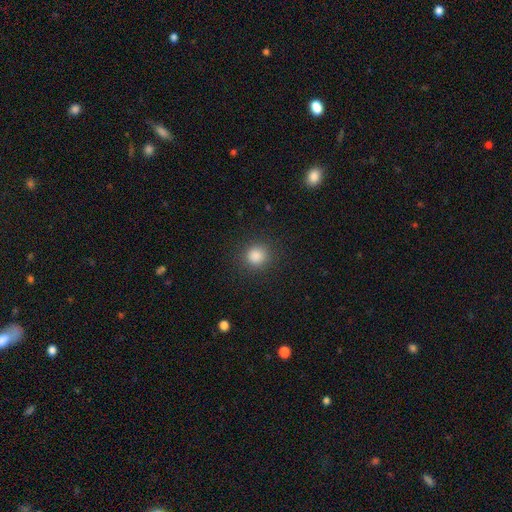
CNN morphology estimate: A smooth galaxy with no disk features (85%) that is round (89%). Merging: none (89%).